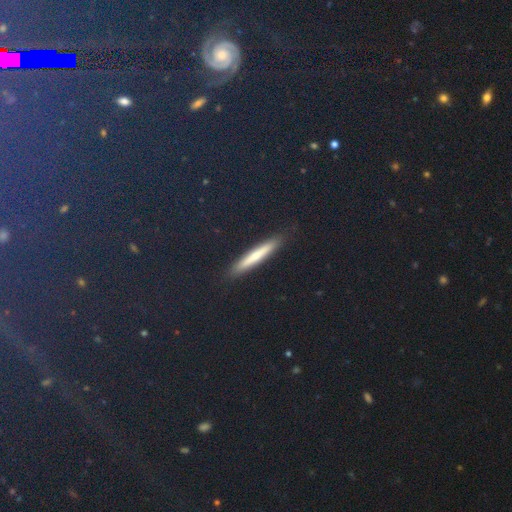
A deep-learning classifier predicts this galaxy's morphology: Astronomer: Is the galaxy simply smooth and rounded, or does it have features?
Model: smooth — 55%.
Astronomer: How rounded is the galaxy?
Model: cigar-shaped — 89%.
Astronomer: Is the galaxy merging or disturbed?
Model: none — 91%.